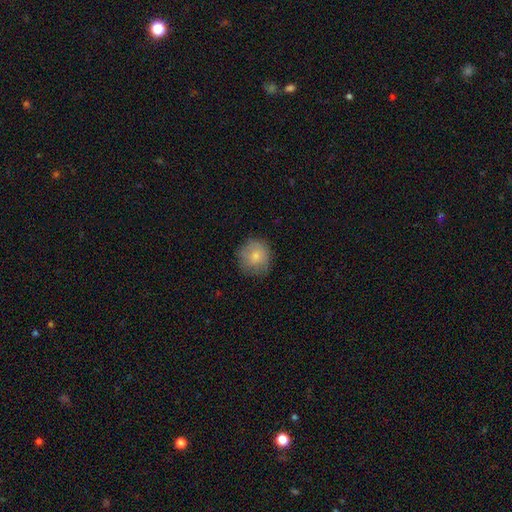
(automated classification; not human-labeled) Smooth or featured? Predicted: smooth (p=0.79). How rounded? Predicted: round (p=0.89). Merging? Predicted: none (p=0.75).